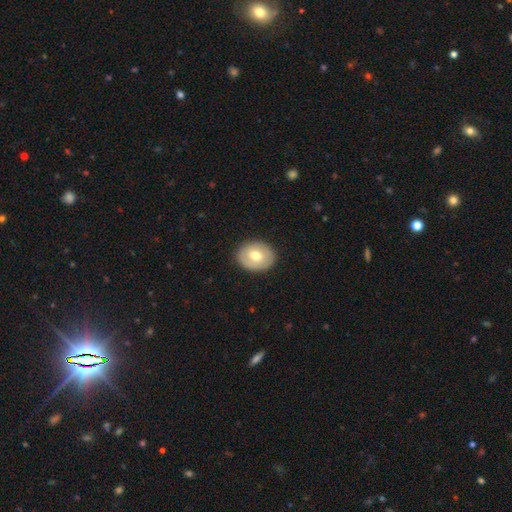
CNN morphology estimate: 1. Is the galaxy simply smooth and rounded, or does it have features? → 65% smooth, 29% featured or disk, 7% star or artifact.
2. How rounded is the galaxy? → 51% round, 49% in between, 1% cigar-shaped.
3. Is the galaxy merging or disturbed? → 87% none, 10% minor disturbance, 3% major disturbance, 1% merger.